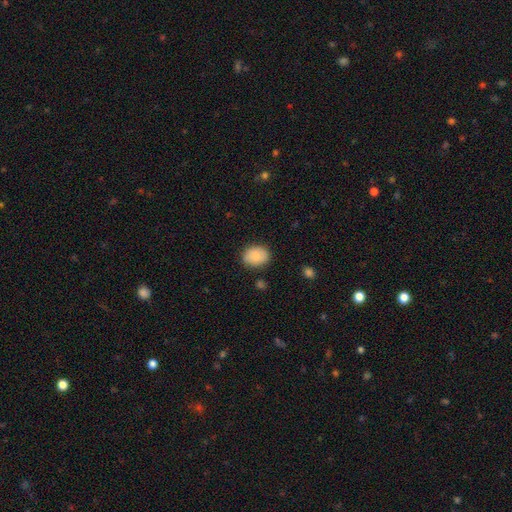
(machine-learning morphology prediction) Smooth or featured: smooth — 87% (star or artifact — 7%)
How rounded: in between — 68% (round — 31%)
Merging: none — 84% (minor disturbance — 11%)